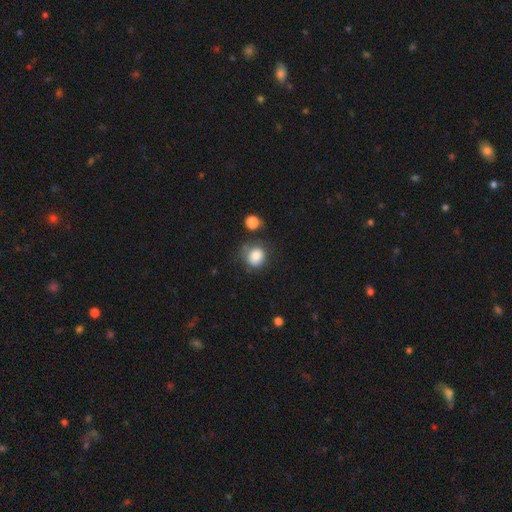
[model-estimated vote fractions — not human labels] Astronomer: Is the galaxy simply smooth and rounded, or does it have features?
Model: smooth — 81%.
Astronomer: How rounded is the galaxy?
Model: round — 77%.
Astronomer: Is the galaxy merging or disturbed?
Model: none — 60%.